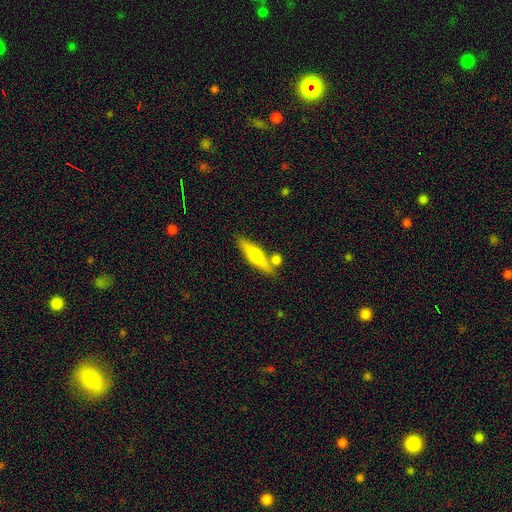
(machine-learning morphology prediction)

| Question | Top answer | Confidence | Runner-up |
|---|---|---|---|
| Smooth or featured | featured or disk | 50% | smooth (43%) |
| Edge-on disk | yes | 93% | no (7%) |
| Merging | none | 73% | merger (13%) |